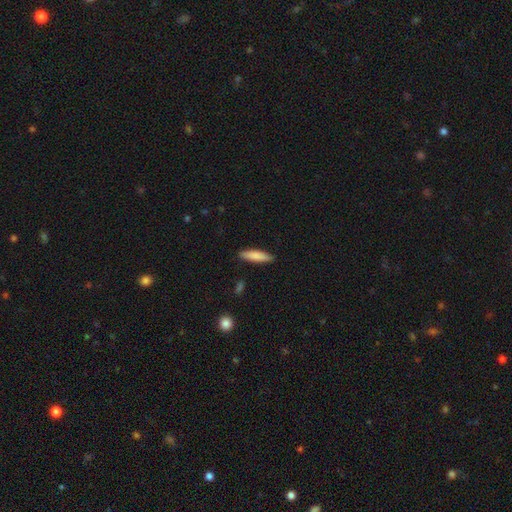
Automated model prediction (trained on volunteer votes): Smooth or featured? Predicted: smooth (p=0.83). How rounded? Predicted: cigar-shaped (p=0.77). Merging? Predicted: none (p=0.88).